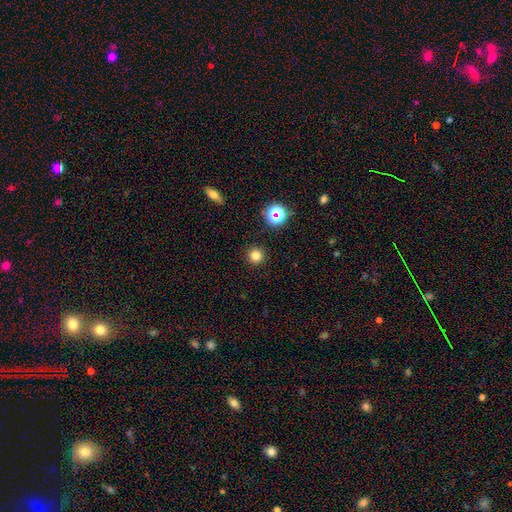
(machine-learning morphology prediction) Smooth or featured?
  - smooth: 79% *
  - star or artifact: 16%
  - featured or disk: 5%
How rounded?
  - round: 96% *
  - in between: 3%
  - cigar-shaped: 1%
Merging?
  - none: 92% *
  - minor disturbance: 5%
  - major disturbance: 2%
  - merger: 1%